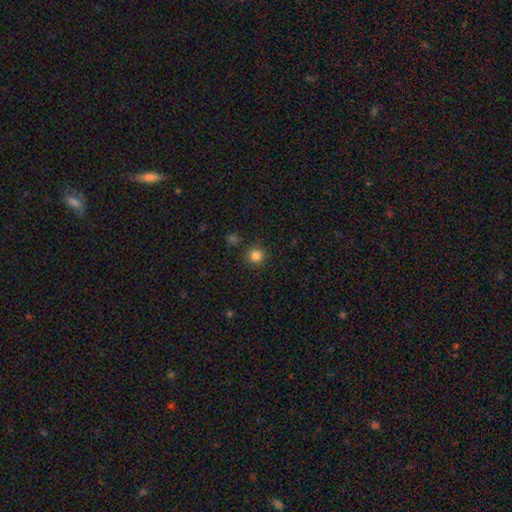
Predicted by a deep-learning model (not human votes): This is clearly a smooth galaxy (84%). How rounded: clearly round (92%). Merging: clearly none (86%).